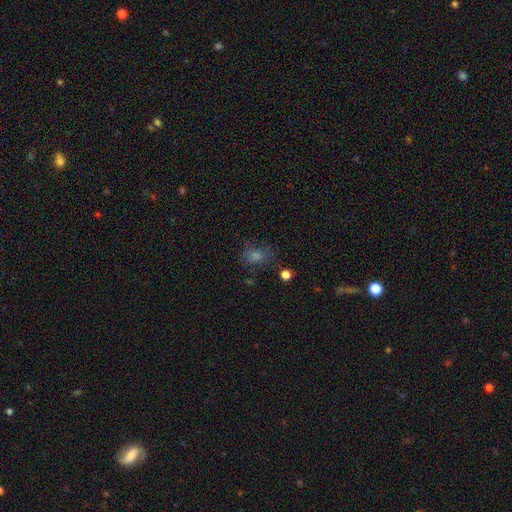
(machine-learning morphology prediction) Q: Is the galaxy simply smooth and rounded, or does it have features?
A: smooth — 56%.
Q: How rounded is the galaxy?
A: in between — 53%.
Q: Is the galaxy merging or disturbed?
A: none — 70%.